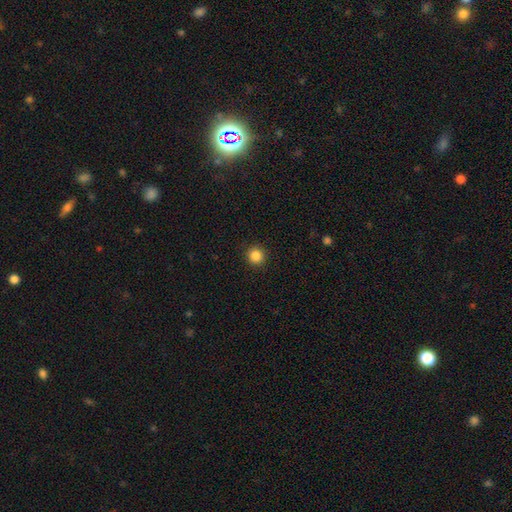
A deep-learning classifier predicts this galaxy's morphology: A smooth galaxy with no disk features (85%) that is round (95%).

Vote fractions:
- Smooth or featured? smooth: 85% / star or artifact: 11% / featured or disk: 3%
- How rounded? round: 95% / in between: 4% / cigar-shaped: 1%
- Merging? none: 93% / minor disturbance: 5% / major disturbance: 2% / merger: 1%